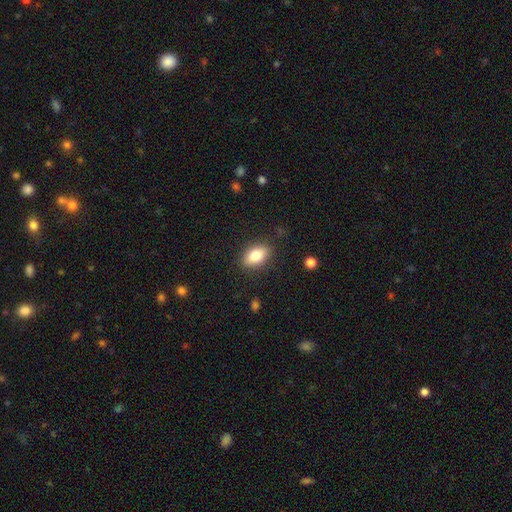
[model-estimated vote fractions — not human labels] A smooth galaxy with no disk features (79%) that is in between round and cigar-shaped (88%). Merging: none (87%).